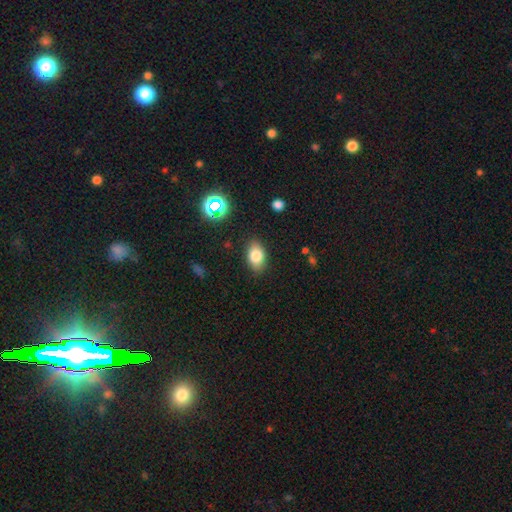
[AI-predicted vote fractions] smooth-or-featured: smooth: 80% | star or artifact: 10% | featured or disk: 10%
  how-rounded: in between: 88% | round: 11% | cigar-shaped: 2%
  merging: none: 85% | minor disturbance: 11% | major disturbance: 3% | merger: 1%